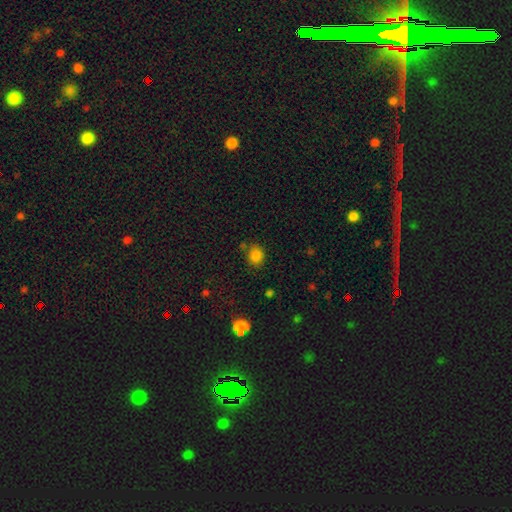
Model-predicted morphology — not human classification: Smooth or featured: smooth — 82% (star or artifact — 13%)
How rounded: round — 70% (in between — 29%)
Merging: none — 76% (minor disturbance — 14%)